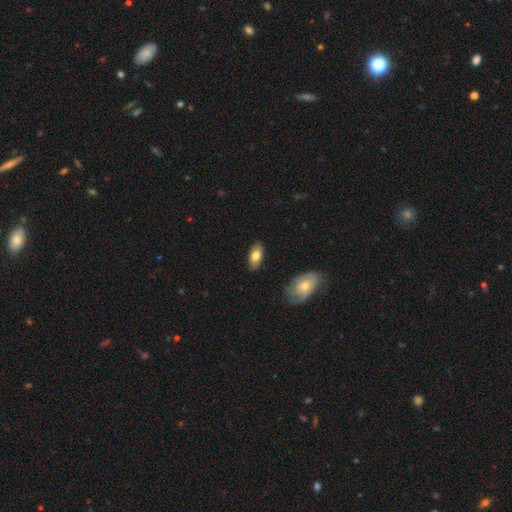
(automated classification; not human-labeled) Q: Smooth or featured?
A: smooth (77%); runner-up: featured or disk (17%)
Q: How rounded?
A: in between (90%); runner-up: cigar-shaped (7%)
Q: Merging?
A: none (86%); runner-up: minor disturbance (10%)